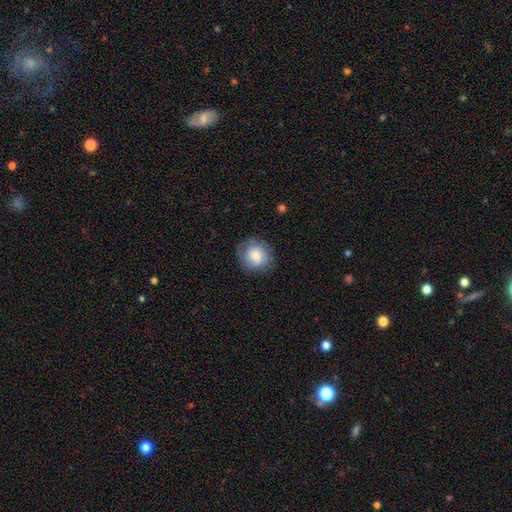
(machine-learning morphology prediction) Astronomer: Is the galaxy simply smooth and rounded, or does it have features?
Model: smooth — 70%.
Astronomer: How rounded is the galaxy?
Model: round — 79%.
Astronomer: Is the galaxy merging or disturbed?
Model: none — 77%.